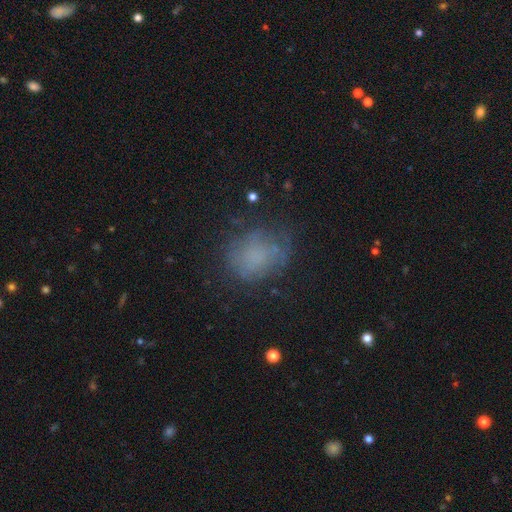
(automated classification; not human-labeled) This is likely a smooth galaxy (64%). How rounded: possibly round (56%). Merging: likely none (62%).